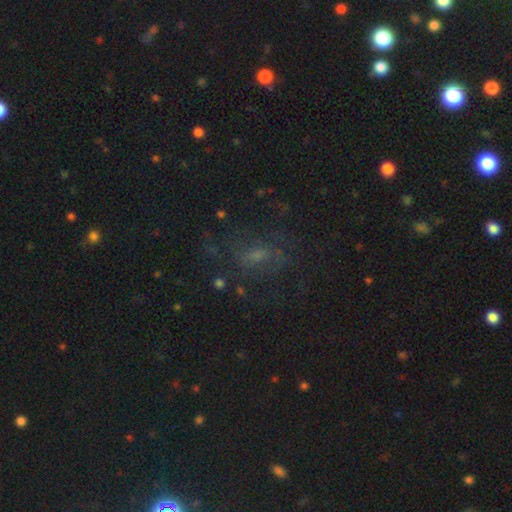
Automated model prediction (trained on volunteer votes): Smooth or featured? Predicted: featured or disk (p=0.42). Merging? Predicted: none (p=0.57).